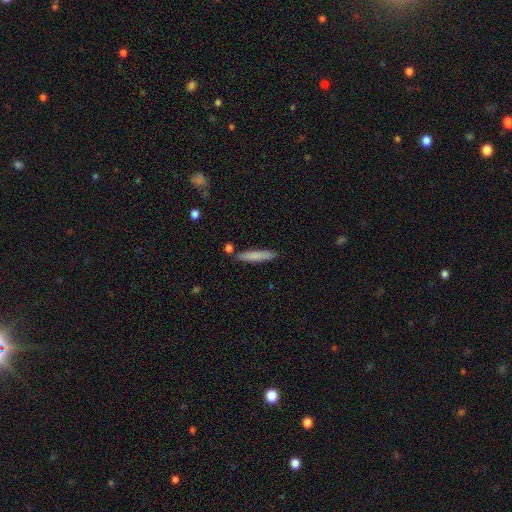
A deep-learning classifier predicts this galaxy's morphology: Q: Smooth or featured?
A: smooth (78%); runner-up: featured or disk (16%)
Q: How rounded?
A: cigar-shaped (93%); runner-up: in between (6%)
Q: Merging?
A: none (85%); runner-up: minor disturbance (9%)